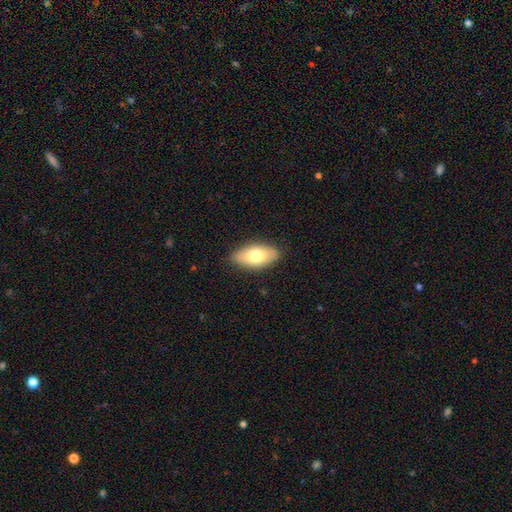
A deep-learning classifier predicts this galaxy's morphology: A smooth galaxy with no disk features (72%) that is in between round and cigar-shaped (91%). Merging: none (84%).